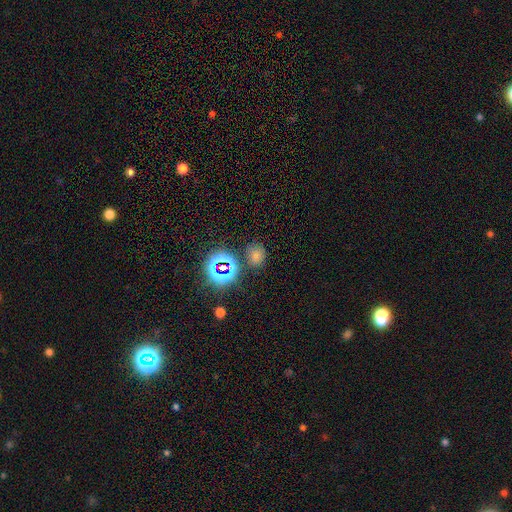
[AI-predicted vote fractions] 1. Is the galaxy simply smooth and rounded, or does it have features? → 60% smooth, 33% star or artifact, 7% featured or disk.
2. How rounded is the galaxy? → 55% round, 44% in between, 1% cigar-shaped.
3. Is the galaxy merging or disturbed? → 77% none, 13% minor disturbance, 6% merger, 4% major disturbance.